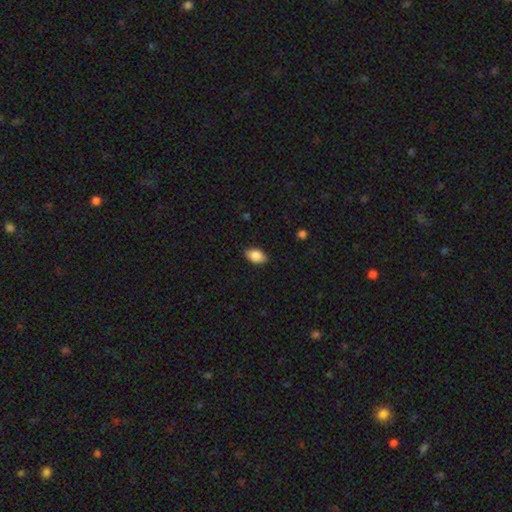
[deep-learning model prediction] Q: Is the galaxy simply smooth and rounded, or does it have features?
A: smooth — 86%.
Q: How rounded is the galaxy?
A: in between — 92%.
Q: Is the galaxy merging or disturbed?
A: none — 87%.